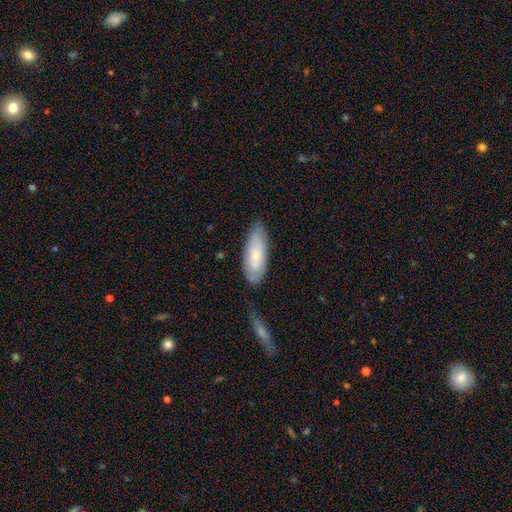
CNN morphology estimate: A smooth galaxy with no disk features (61%) that is in between round and cigar-shaped (71%). Merging: none (73%).